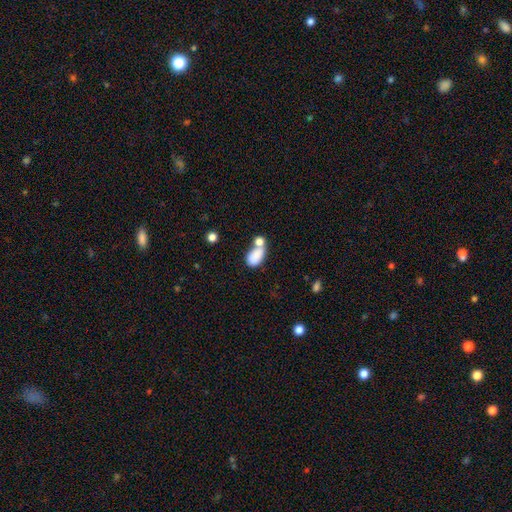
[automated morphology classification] A smooth galaxy with no disk features (80%) that is in between round and cigar-shaped (89%). Merging: merger (50%).